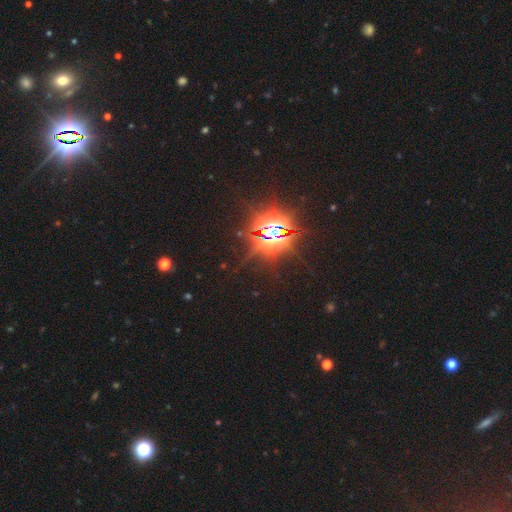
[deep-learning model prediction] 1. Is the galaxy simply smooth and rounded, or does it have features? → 84% star or artifact, 10% smooth, 5% featured or disk.